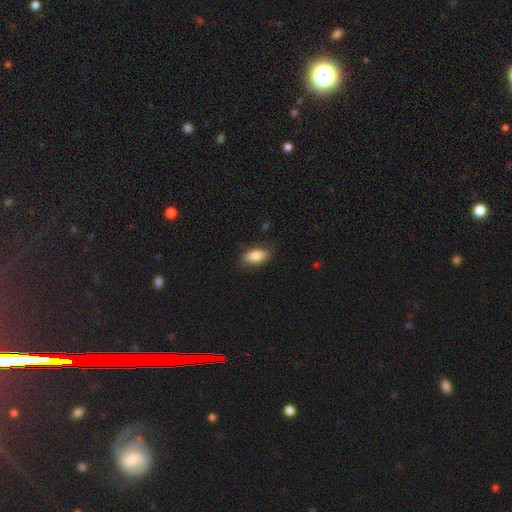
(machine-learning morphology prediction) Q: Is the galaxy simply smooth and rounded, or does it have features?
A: smooth — 83%.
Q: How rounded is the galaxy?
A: in between — 89%.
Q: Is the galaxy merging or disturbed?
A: none — 81%.